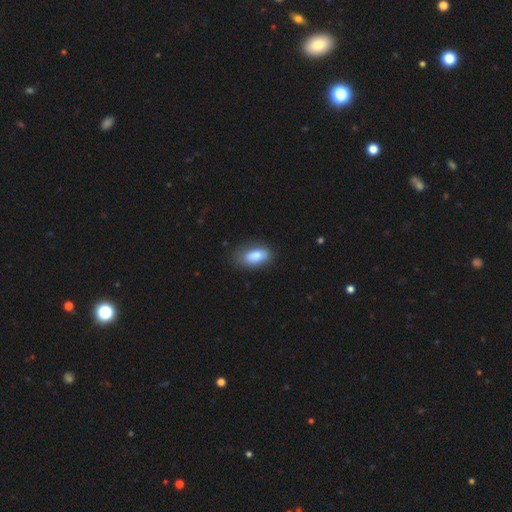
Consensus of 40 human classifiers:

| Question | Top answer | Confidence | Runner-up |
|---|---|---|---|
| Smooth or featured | smooth | 88% | featured or disk (8%) |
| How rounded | in between | 91% | cigar-shaped (6%) |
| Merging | none | 68% | minor disturbance (24%) |